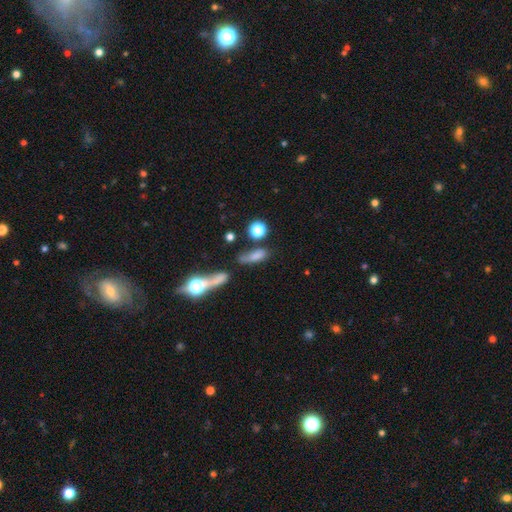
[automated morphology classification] The model was most divided on "how rounded": in between: 48%, cigar-shaped: 42%, round: 10%. Remaining: smooth or featured — smooth (70%); merging — none (42%).